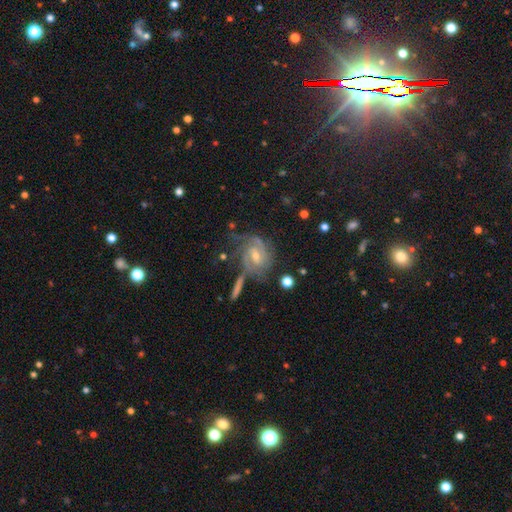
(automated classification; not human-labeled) smooth_or_featured: featured or disk (p=0.86) [alt: star or artifact p=0.07]
disk_edge_on: no (p=0.96) [alt: yes p=0.04]
bar: weak (p=0.50) [alt: no p=0.32]
has_spiral_arms: yes (p=0.97) [alt: no p=0.03]
spiral_winding: tight (p=0.58) [alt: medium p=0.35]
spiral_arm_count: 2 (p=0.42) [alt: 3 p=0.25]
bulge_size: moderate (p=0.50) [alt: small p=0.46]
merging: none (p=0.60) [alt: minor disturbance p=0.21]